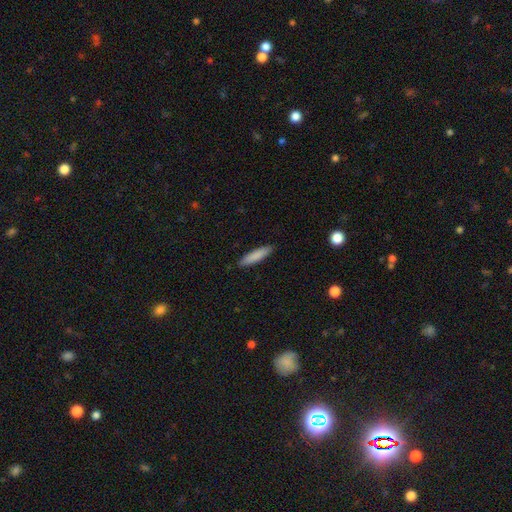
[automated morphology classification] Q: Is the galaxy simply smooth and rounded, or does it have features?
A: smooth — 85%.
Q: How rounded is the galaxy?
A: cigar-shaped — 79%.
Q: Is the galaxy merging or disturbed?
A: none — 89%.